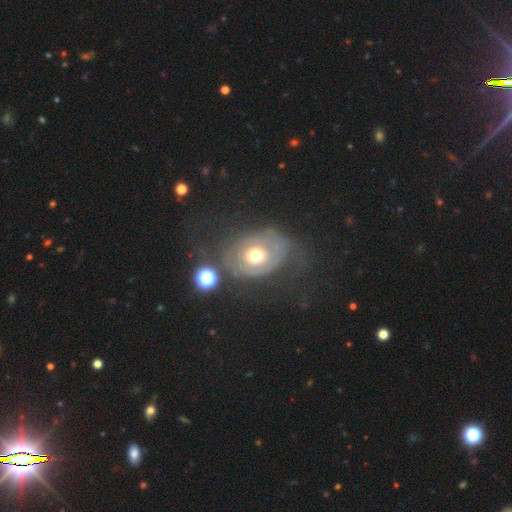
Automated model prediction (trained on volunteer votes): featured or disk 54%, smooth 36%, star or artifact 11%. Down the decision tree: edge-on disk — no (95%); bar — no (88%); spiral arms — no (57%); bulge size — moderate (68%); merging — none (46%).